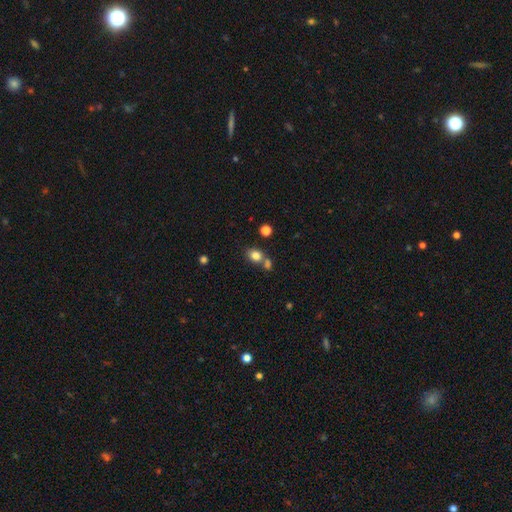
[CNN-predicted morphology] A smooth galaxy with no disk features (80%) that is in between round and cigar-shaped (51%).

Vote fractions:
- Smooth or featured? smooth: 80% / star or artifact: 12% / featured or disk: 8%
- How rounded? in between: 51% / round: 48% / cigar-shaped: 1%
- Merging? none: 55% / merger: 30% / minor disturbance: 11% / major disturbance: 4%